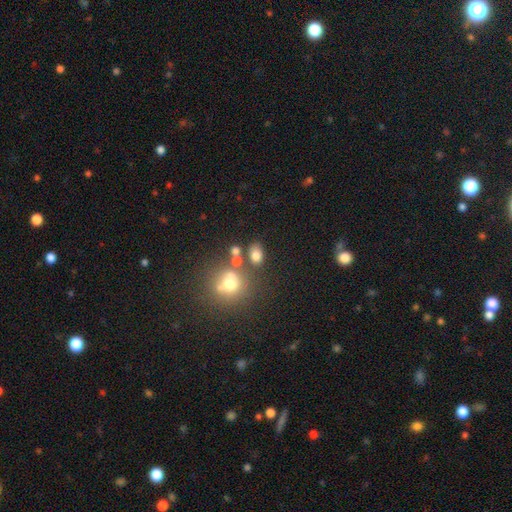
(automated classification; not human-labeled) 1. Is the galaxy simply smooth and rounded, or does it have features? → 75% smooth, 15% star or artifact, 10% featured or disk.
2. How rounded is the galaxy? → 71% in between, 27% round, 2% cigar-shaped.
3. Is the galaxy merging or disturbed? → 65% none, 17% merger, 12% minor disturbance, 6% major disturbance.